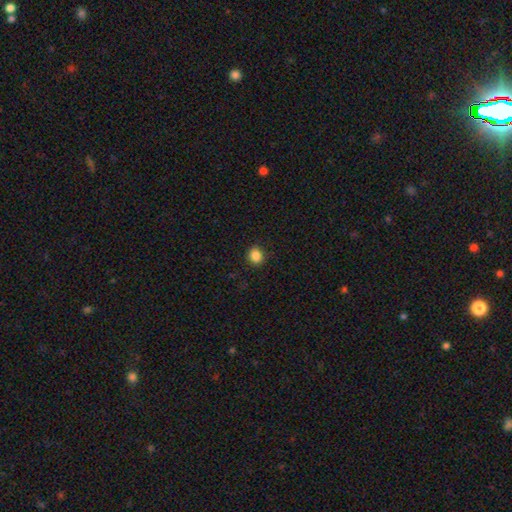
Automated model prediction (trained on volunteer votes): smooth-or-featured: smooth: 85% | star or artifact: 11% | featured or disk: 4%
  how-rounded: round: 79% | in between: 20% | cigar-shaped: 1%
  merging: none: 91% | minor disturbance: 6% | major disturbance: 2% | merger: 1%